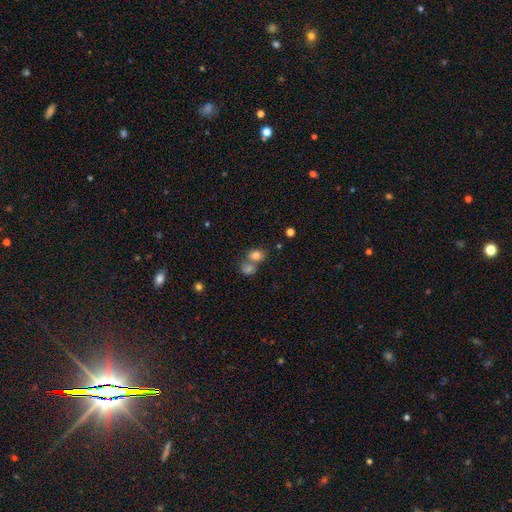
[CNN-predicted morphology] Smooth or featured? smooth (78%)
How rounded? round (53%)
Merging? merger (45%)